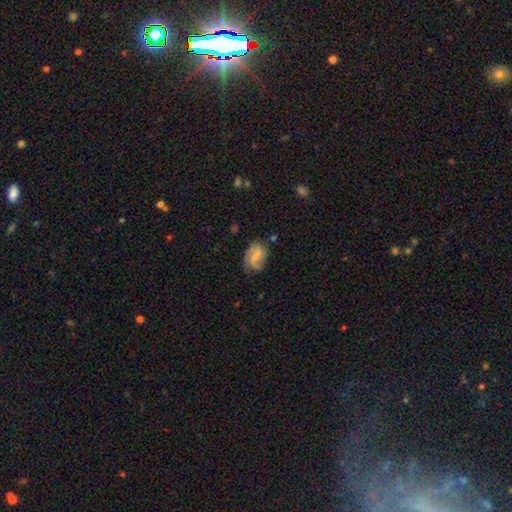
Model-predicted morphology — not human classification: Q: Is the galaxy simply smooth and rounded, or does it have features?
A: featured or disk — 63%.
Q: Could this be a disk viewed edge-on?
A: no — 97%.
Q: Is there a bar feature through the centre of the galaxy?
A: weak — 52%.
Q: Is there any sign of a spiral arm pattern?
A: yes — 92%.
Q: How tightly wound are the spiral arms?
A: medium — 43%.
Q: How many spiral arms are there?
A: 2 — 75%.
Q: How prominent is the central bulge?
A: small — 39%.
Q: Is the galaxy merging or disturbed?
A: none — 69%.